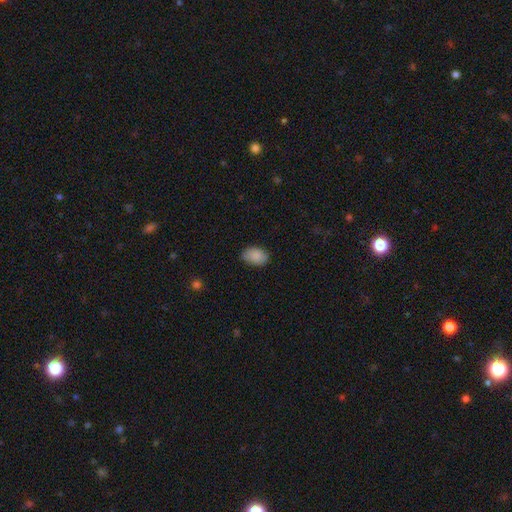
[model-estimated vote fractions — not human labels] This is clearly a smooth galaxy (87%). How rounded: clearly in between (86%). Merging: likely none (77%).